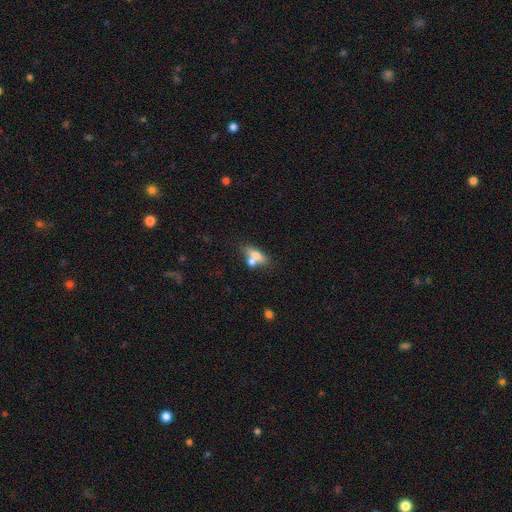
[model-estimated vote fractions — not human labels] Morphology: type=smooth (66%); roundness=in between (60%); merging=none (45%).